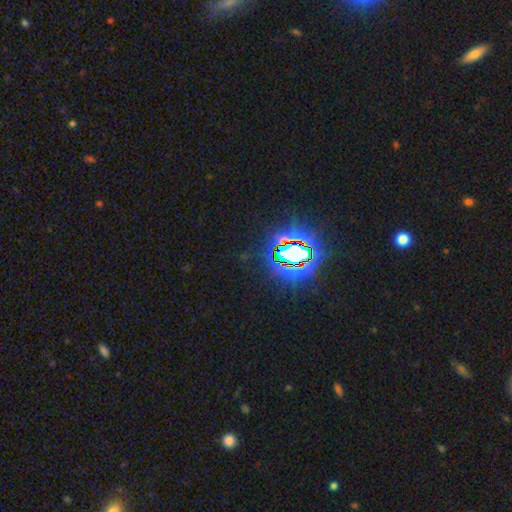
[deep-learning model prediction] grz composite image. It shows a star or artifact, not a galaxy (82%).